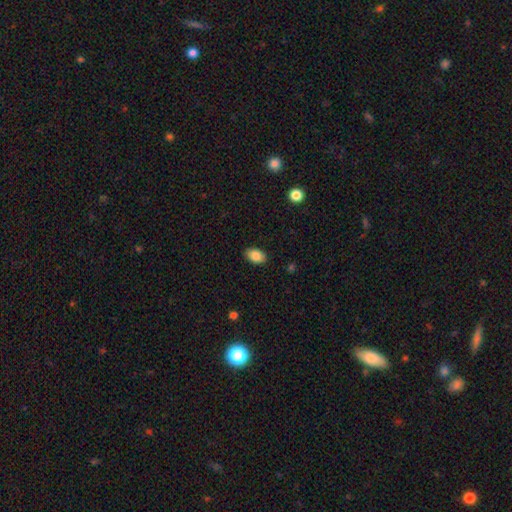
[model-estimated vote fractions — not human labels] smooth-or-featured: smooth: 87% | star or artifact: 8% | featured or disk: 5%
  how-rounded: in between: 89% | round: 10% | cigar-shaped: 1%
  merging: none: 87% | minor disturbance: 10% | major disturbance: 2% | merger: 1%